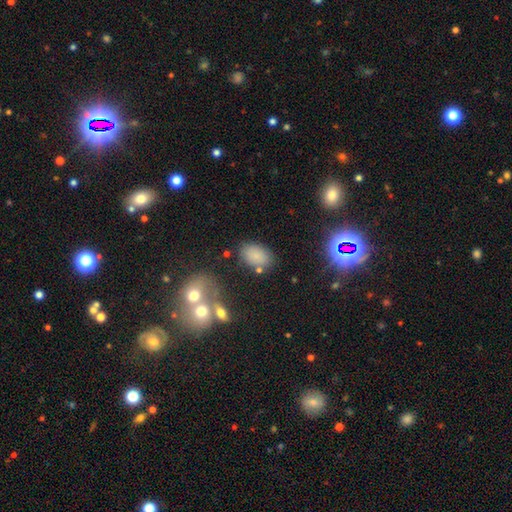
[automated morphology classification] Smooth or featured?
  - smooth: 78% *
  - star or artifact: 13%
  - featured or disk: 10%
How rounded?
  - in between: 88% *
  - round: 11%
  - cigar-shaped: 1%
Merging?
  - none: 75% *
  - minor disturbance: 14%
  - merger: 6%
  - major disturbance: 5%